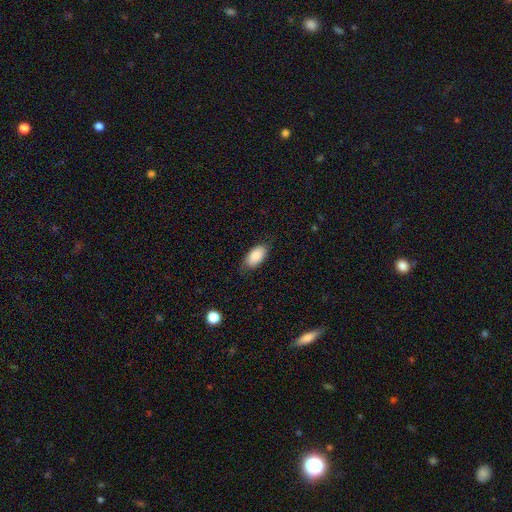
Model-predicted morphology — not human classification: smooth-or-featured: smooth: 87% | featured or disk: 7% | star or artifact: 6%
  how-rounded: in between: 94% | round: 3% | cigar-shaped: 3%
  merging: none: 76% | minor disturbance: 19% | major disturbance: 4% | merger: 1%